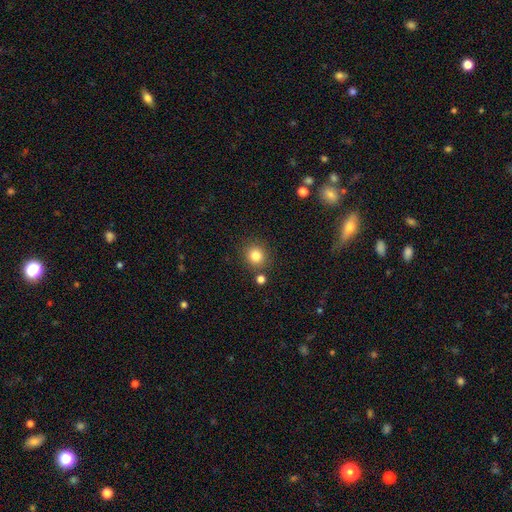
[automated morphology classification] Smooth or featured: smooth — 83% (star or artifact — 12%)
How rounded: round — 88% (in between — 11%)
Merging: none — 83% (minor disturbance — 8%)